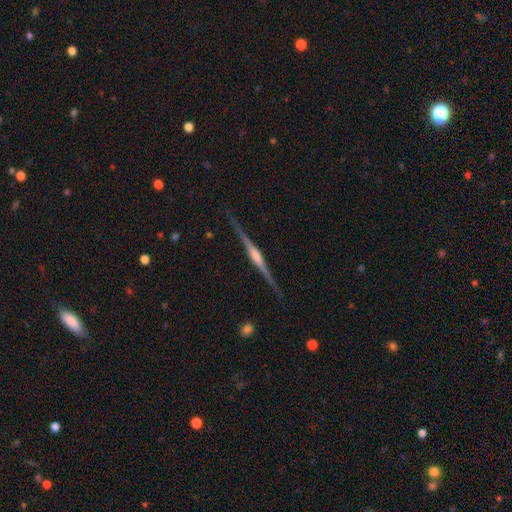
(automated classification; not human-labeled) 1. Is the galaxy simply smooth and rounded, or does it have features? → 85% featured or disk, 9% smooth, 5% star or artifact.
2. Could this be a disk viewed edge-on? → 98% yes, 2% no.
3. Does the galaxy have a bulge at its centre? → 73% rounded, 18% boxy, 9% none.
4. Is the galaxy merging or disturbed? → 88% none, 9% minor disturbance, 2% major disturbance, 1% merger.